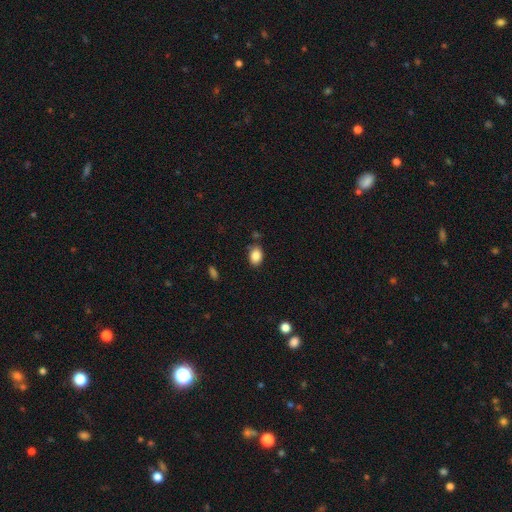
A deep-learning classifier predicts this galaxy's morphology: A smooth galaxy with no disk features (87%) that is in between round and cigar-shaped (79%).

Vote fractions:
- Smooth or featured? smooth: 87% / star or artifact: 9% / featured or disk: 5%
- How rounded? in between: 79% / round: 20% / cigar-shaped: 1%
- Merging? none: 79% / minor disturbance: 15% / major disturbance: 3% / merger: 3%